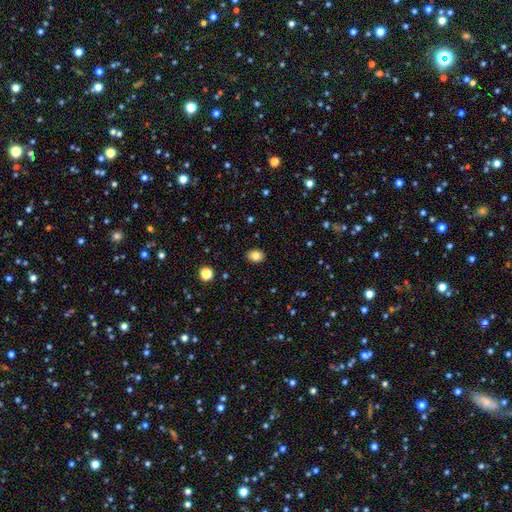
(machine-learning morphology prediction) A smooth galaxy with no disk features (82%) that is in between round and cigar-shaped (64%). Merging: none (89%).